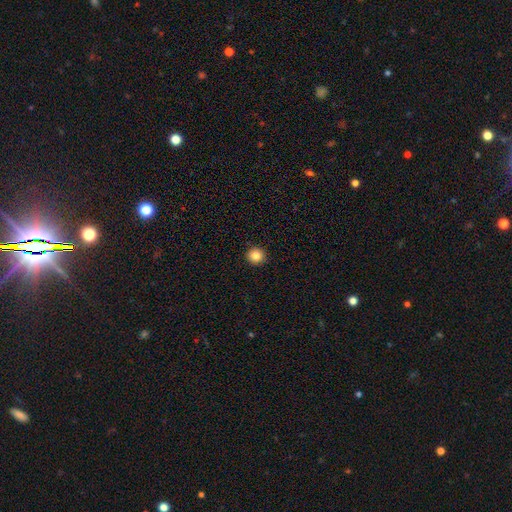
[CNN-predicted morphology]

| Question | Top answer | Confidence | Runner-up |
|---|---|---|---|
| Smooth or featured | smooth | 85% | star or artifact (10%) |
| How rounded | round | 93% | in between (6%) |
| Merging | none | 93% | minor disturbance (4%) |